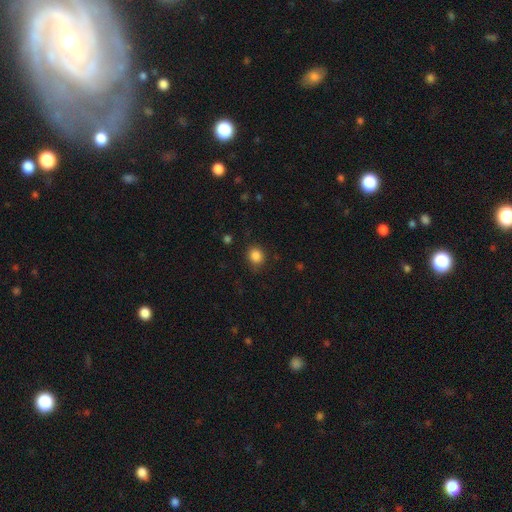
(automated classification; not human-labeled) This is clearly a smooth galaxy (86%). How rounded: likely round (75%). Merging: clearly none (83%).